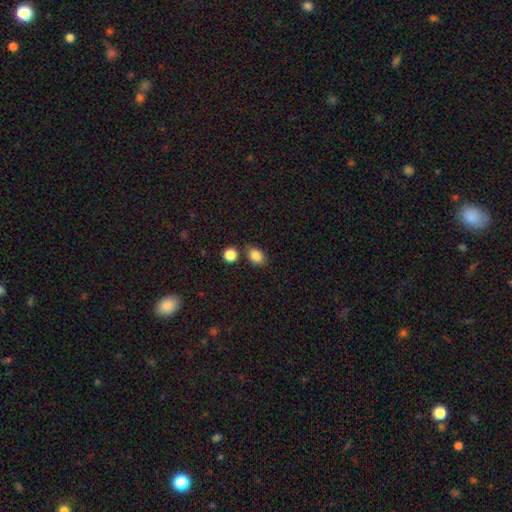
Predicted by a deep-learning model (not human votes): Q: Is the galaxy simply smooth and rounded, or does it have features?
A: smooth — 85%.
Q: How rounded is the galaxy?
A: in between — 74%.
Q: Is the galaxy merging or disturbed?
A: none — 72%.